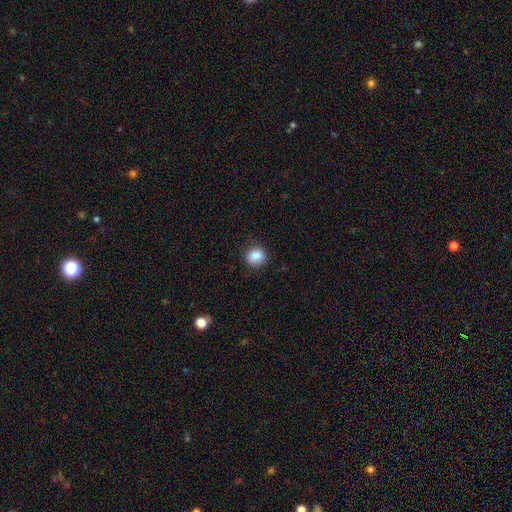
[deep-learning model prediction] smooth-or-featured: smooth: 86% | star or artifact: 9% | featured or disk: 5%
  how-rounded: round: 77% | in between: 22% | cigar-shaped: 1%
  merging: none: 84% | minor disturbance: 12% | major disturbance: 3% | merger: 1%